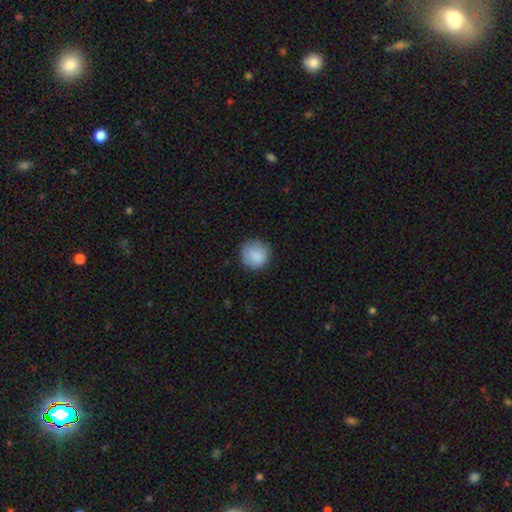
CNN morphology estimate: This is clearly a smooth galaxy (88%). How rounded: clearly round (93%). Merging: clearly none (85%).